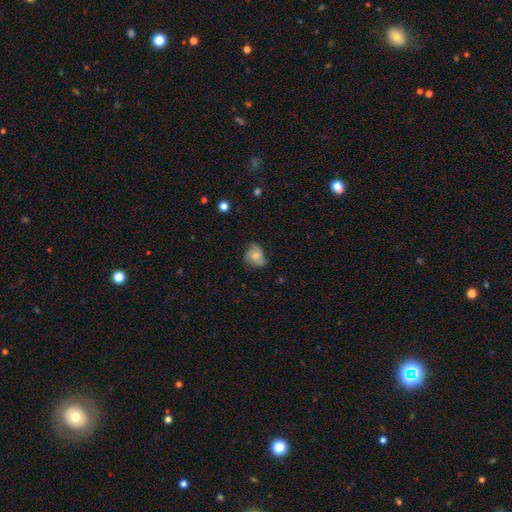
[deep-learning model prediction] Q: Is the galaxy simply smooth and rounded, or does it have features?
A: featured or disk — 49%.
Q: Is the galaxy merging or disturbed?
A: none — 62%.